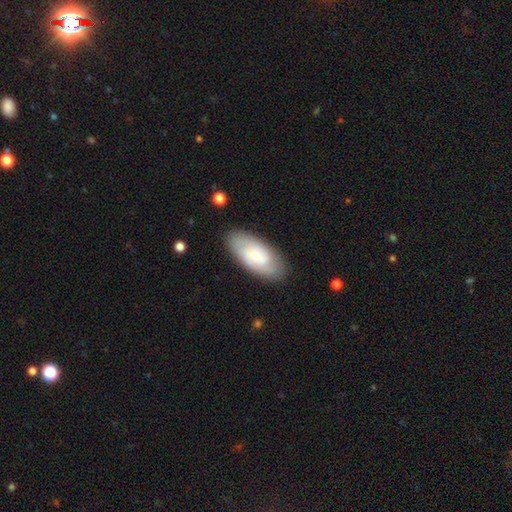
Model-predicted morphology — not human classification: The model was most divided on "smooth or featured": smooth: 52%, featured or disk: 42%, star or artifact: 6%. More confident: how rounded — in between (90%); merging — none (85%).